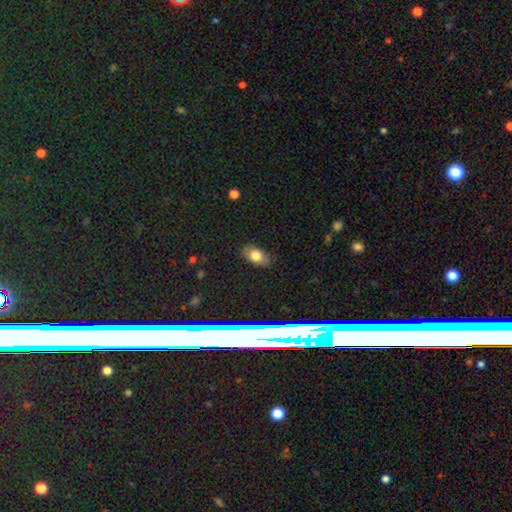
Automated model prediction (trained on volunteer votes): This appears to be a smooth galaxy with no disk features (75%) that is in between round and cigar-shaped (87%). Merging: none (84%).